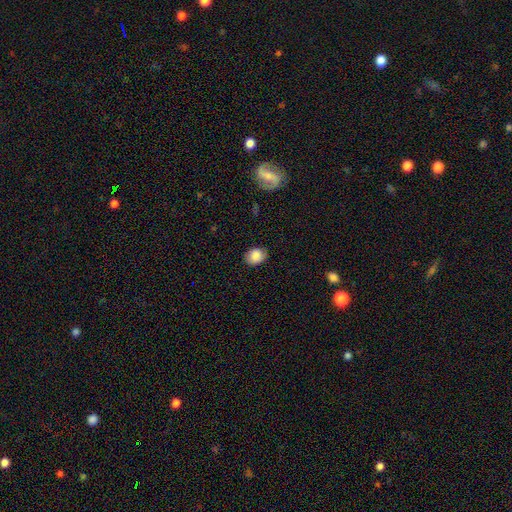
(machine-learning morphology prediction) The model was most divided on "how rounded": in between: 52%, round: 47%, cigar-shaped: 1%. More confident: smooth or featured — smooth (85%); merging — none (81%).